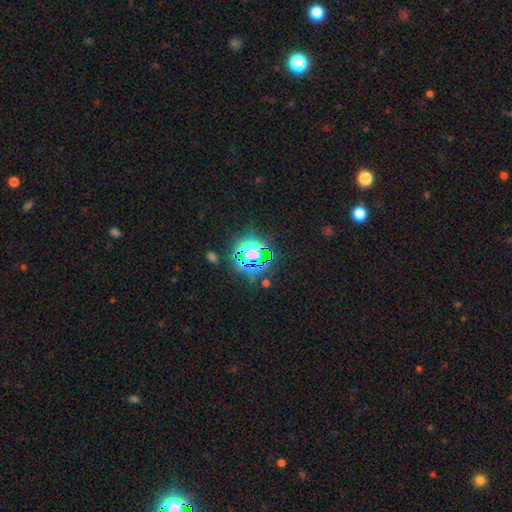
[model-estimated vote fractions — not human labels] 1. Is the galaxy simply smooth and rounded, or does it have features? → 69% star or artifact, 20% smooth, 11% featured or disk.